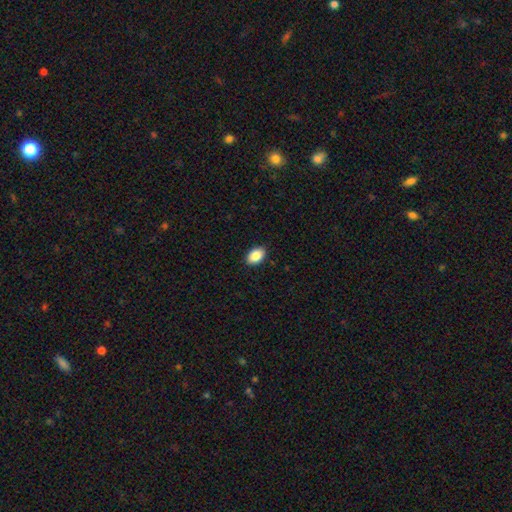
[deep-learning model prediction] Morphology: type=smooth (87%); roundness=in between (87%); merging=none (90%).